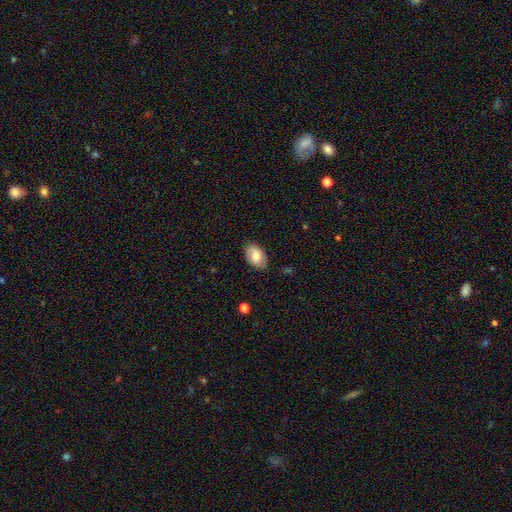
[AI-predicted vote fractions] smooth-or-featured: smooth: 65% | featured or disk: 28% | star or artifact: 7%
  how-rounded: in between: 89% | round: 10% | cigar-shaped: 1%
  merging: none: 83% | minor disturbance: 13% | major disturbance: 3% | merger: 1%